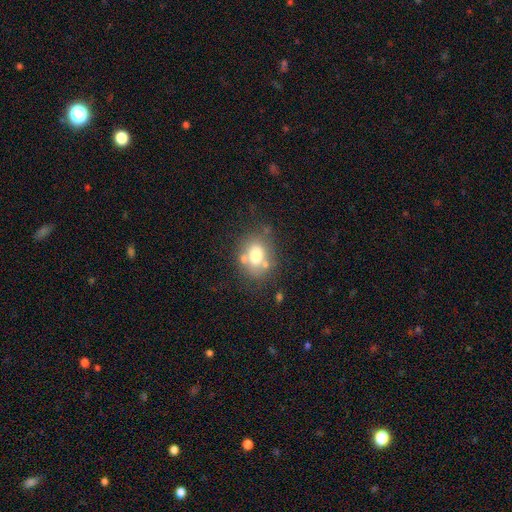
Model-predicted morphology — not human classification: This appears to be a smooth galaxy with no disk features (69%) that is in between round and cigar-shaped (55%). Merging: none (58%).